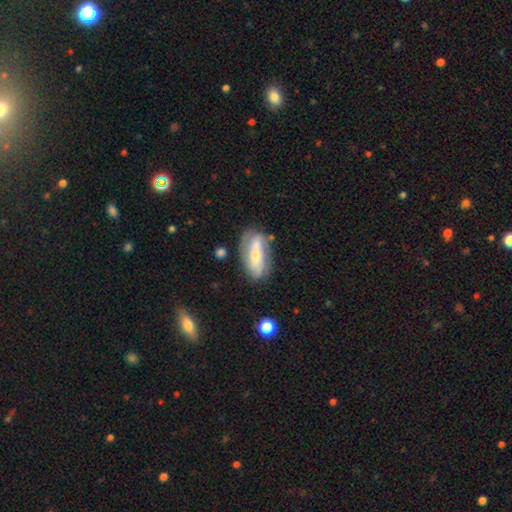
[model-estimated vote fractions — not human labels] A featured or disk galaxy (56%).

Vote fractions:
- Smooth or featured? featured or disk: 56% / smooth: 37% / star or artifact: 7%
- Edge-on disk? no: 81% / yes: 19%
- Merging? none: 66% / minor disturbance: 21% / major disturbance: 8% / merger: 5%